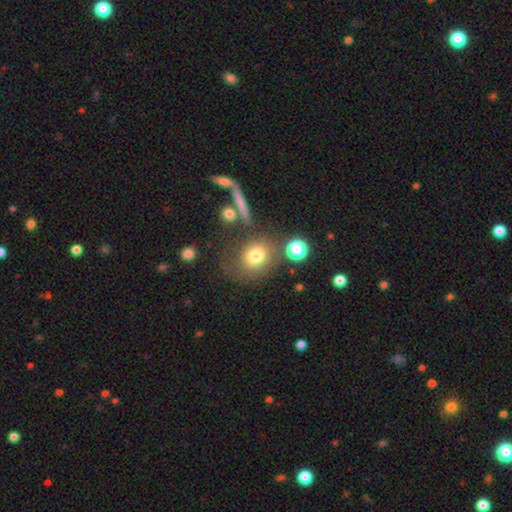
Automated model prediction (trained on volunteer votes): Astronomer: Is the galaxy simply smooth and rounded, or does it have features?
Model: smooth — 75%.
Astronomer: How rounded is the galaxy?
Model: round — 69%.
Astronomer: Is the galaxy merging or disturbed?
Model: none — 62%.